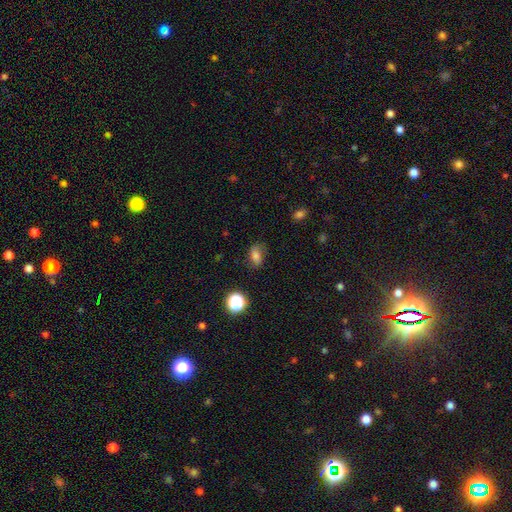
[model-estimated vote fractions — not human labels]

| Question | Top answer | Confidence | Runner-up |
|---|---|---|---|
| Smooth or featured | smooth | 70% | featured or disk (15%) |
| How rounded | in between | 79% | round (18%) |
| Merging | none | 70% | minor disturbance (22%) |